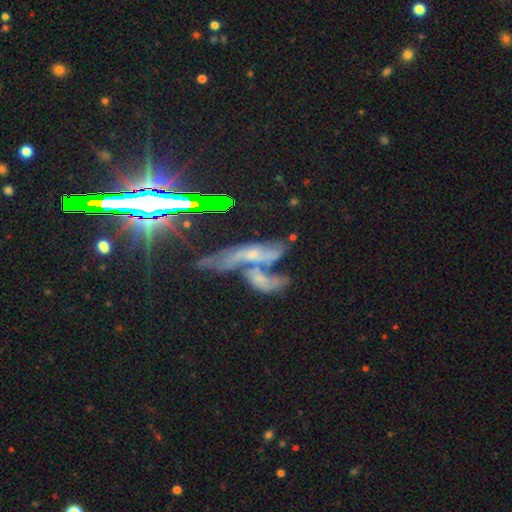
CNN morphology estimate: Smooth or featured? featured or disk (60%)
Edge-on disk? no (77%)
Merging? merger (54%)